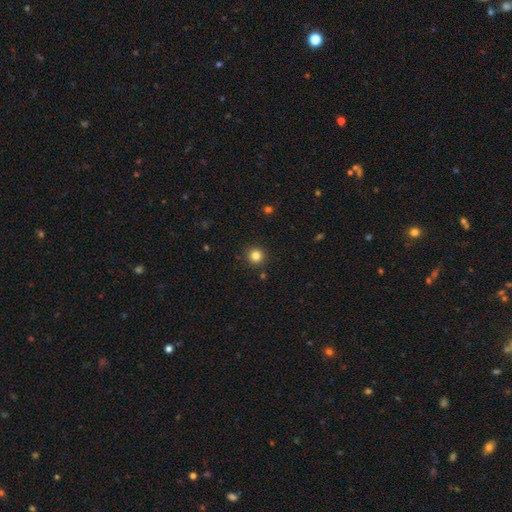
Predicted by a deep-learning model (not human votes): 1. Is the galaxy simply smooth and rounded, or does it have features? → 83% smooth, 12% star or artifact, 4% featured or disk.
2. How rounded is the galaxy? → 95% round, 4% in between, 1% cigar-shaped.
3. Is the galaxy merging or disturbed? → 90% none, 6% minor disturbance, 2% merger, 2% major disturbance.